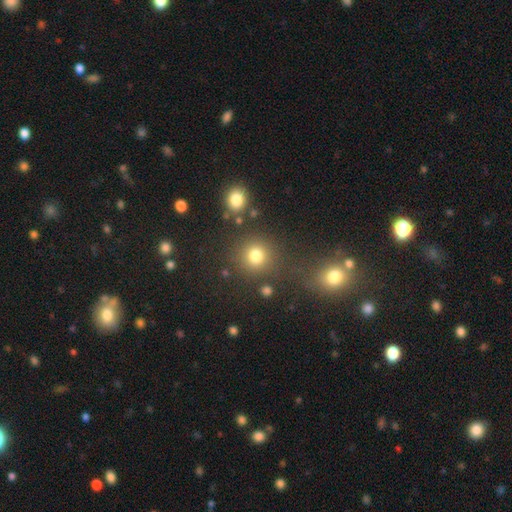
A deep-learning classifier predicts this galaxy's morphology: Smooth or featured? smooth (78%)
How rounded? round (89%)
Merging? none (77%)